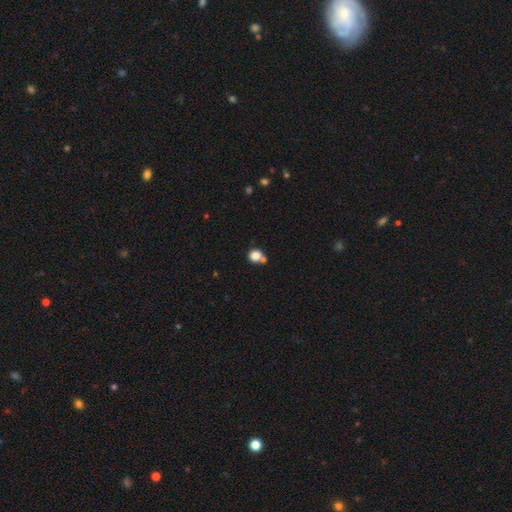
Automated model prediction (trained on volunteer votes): Smooth or featured?
  - smooth: 83% *
  - star or artifact: 11%
  - featured or disk: 6%
How rounded?
  - round: 86% *
  - in between: 13%
  - cigar-shaped: 1%
Merging?
  - none: 60% *
  - merger: 25%
  - minor disturbance: 10%
  - major disturbance: 4%